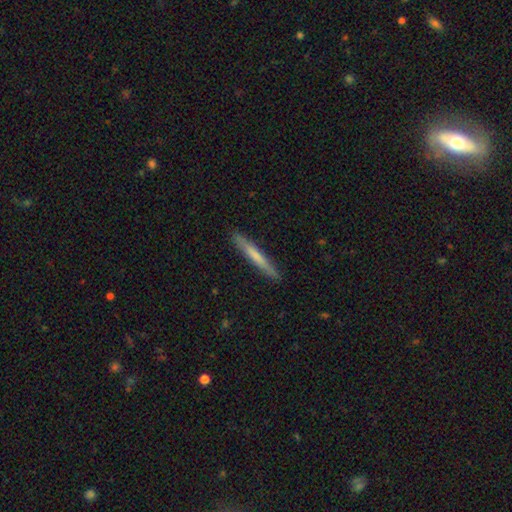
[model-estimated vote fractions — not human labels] Overall: smooth (62%; featured or disk 33%). How rounded: cigar-shaped (96%). Merging: none (91%).